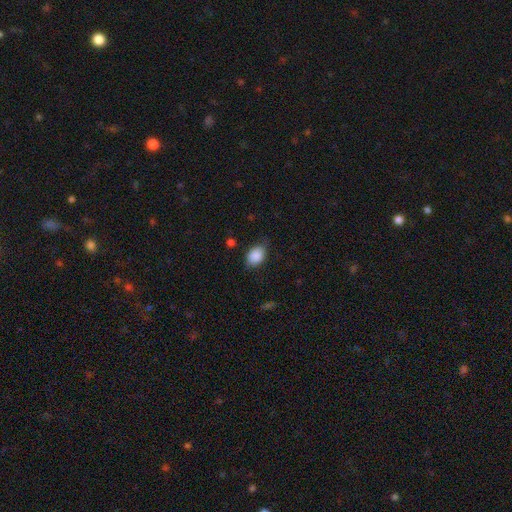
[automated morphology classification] A smooth galaxy with no disk features (87%) that is in between round and cigar-shaped (77%).

Vote fractions:
- Smooth or featured? smooth: 87% / star or artifact: 7% / featured or disk: 6%
- How rounded? in between: 77% / round: 22% / cigar-shaped: 1%
- Merging? none: 72% / minor disturbance: 22% / major disturbance: 5% / merger: 1%